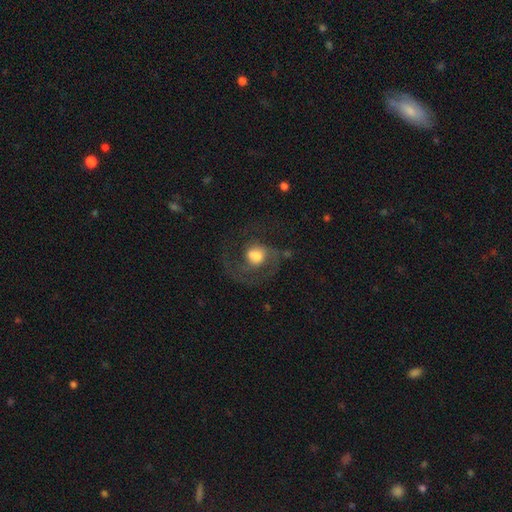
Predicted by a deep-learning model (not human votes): smooth-or-featured: featured or disk: 62% | smooth: 29% | star or artifact: 9%
  disk-edge-on: no: 98% | yes: 2%
    bar: no: 68% | weak: 27% | strong: 5%
    has-spiral-arms: yes: 83% | no: 17%
      spiral-winding: medium: 48% | loose: 33% | tight: 20%
      spiral-arm-count: 2: 44% | 1: 33% | can't tell: 11% | 3: 6% | 4: 3% | more than 4: 3%
    bulge-size: moderate: 42% | large: 38% | small: 10% | dominant: 6% | none: 4%
  merging: none: 43% | major disturbance: 38% | minor disturbance: 15% | merger: 4%